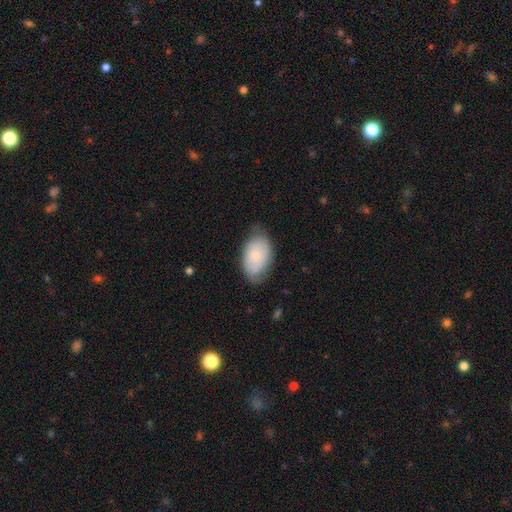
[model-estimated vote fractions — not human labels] Smooth or featured? smooth (72%)
How rounded? in between (93%)
Merging? none (68%)